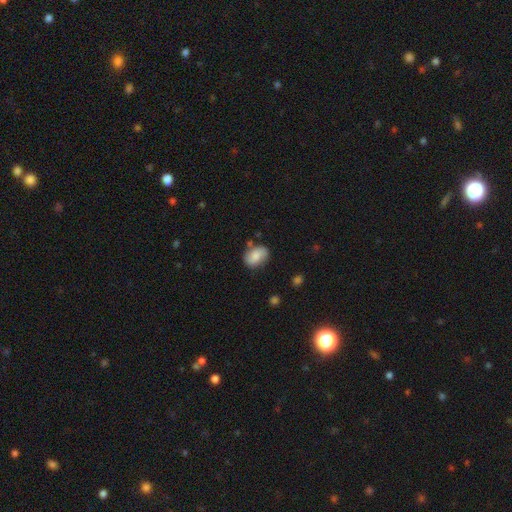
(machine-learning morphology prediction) Smooth or featured? smooth (68%)
How rounded? in between (73%)
Merging? none (69%)